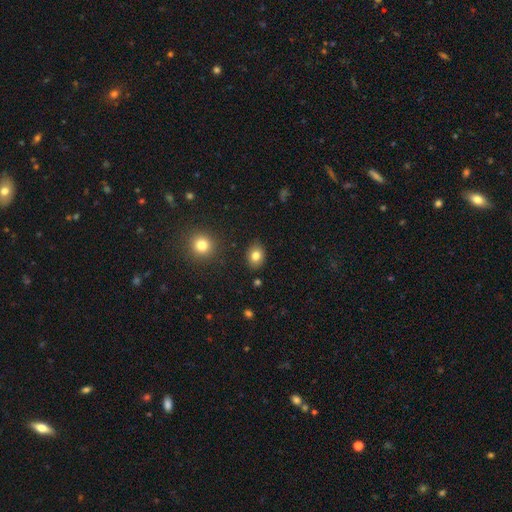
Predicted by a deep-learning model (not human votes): Q: Smooth or featured?
A: smooth (81%); runner-up: star or artifact (10%)
Q: How rounded?
A: in between (51%); runner-up: round (48%)
Q: Merging?
A: none (87%); runner-up: minor disturbance (9%)